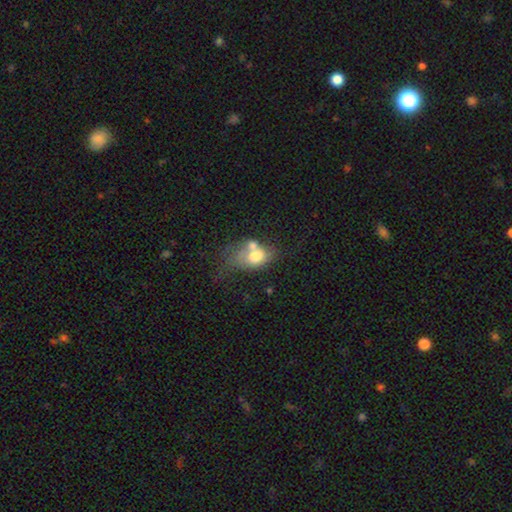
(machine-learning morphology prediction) smooth_or_featured: smooth (p=0.62) [alt: featured or disk p=0.29]
how_rounded: in between (p=0.72) [alt: round p=0.26]
merging: merger (p=0.47) [alt: none p=0.22]